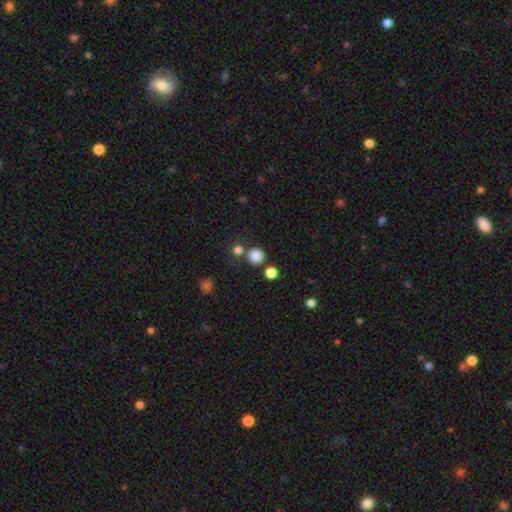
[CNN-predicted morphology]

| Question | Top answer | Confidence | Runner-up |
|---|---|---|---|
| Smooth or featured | smooth | 83% | star or artifact (13%) |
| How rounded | round | 91% | in between (8%) |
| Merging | none | 75% | merger (14%) |